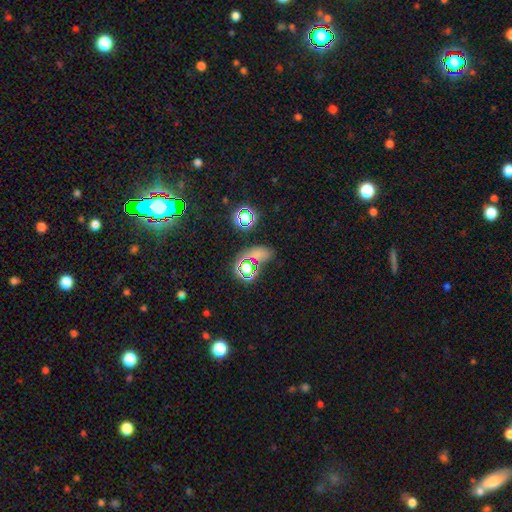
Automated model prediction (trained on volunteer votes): Overall: smooth (46%; star or artifact 45%). Merging: none (67%).